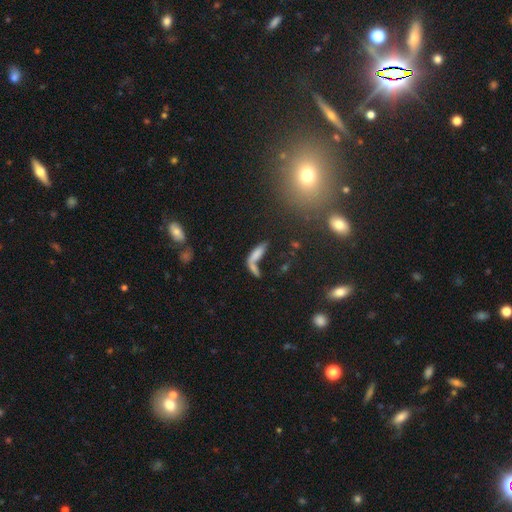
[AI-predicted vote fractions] A smooth galaxy with no disk features (65%) that is cigar-shaped (58%).

Vote fractions:
- Smooth or featured? smooth: 65% / featured or disk: 22% / star or artifact: 14%
- How rounded? cigar-shaped: 58% / in between: 38% / round: 4%
- Merging? merger: 44% / none: 30% / major disturbance: 14% / minor disturbance: 12%